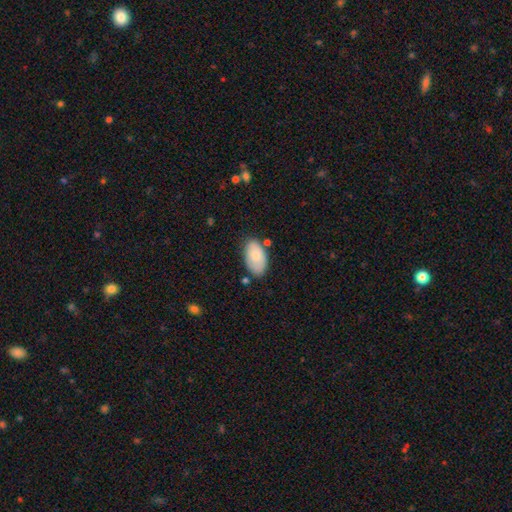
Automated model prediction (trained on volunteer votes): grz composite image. It shows a smooth galaxy with no disk features (80%) that is in between round and cigar-shaped (95%). Merging: none (72%).